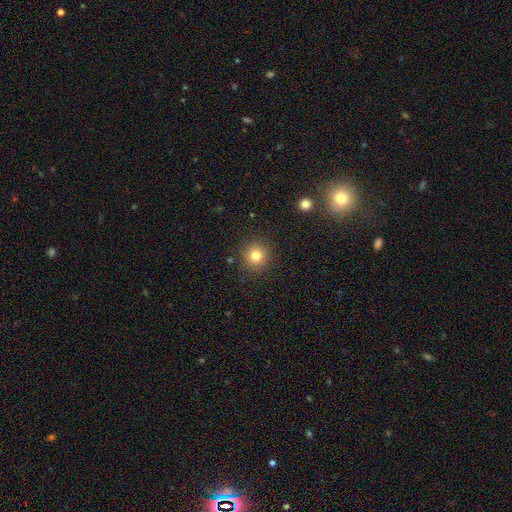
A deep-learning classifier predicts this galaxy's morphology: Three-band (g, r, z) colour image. It shows a smooth galaxy with no disk features (80%) that is round (94%). Merging: none (90%).